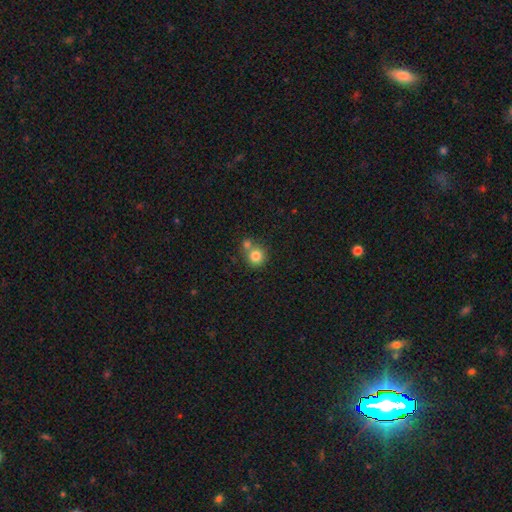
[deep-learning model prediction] A smooth galaxy with no disk features (81%) that is round (90%). Merging: none (54%).